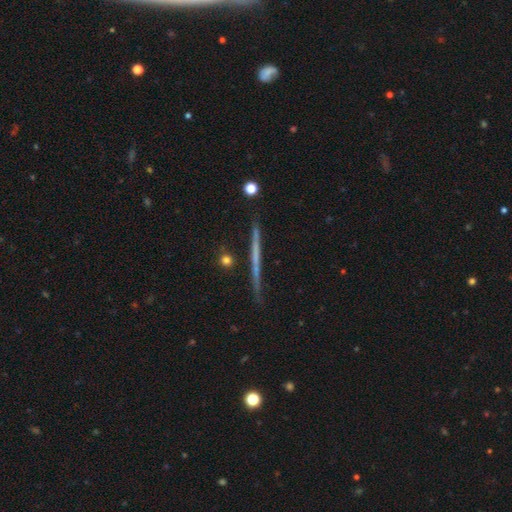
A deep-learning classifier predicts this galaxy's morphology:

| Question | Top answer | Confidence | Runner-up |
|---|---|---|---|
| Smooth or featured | featured or disk | 59% | smooth (34%) |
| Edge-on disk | yes | 98% | no (2%) |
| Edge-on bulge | none | 90% | rounded (7%) |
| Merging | none | 90% | minor disturbance (7%) |